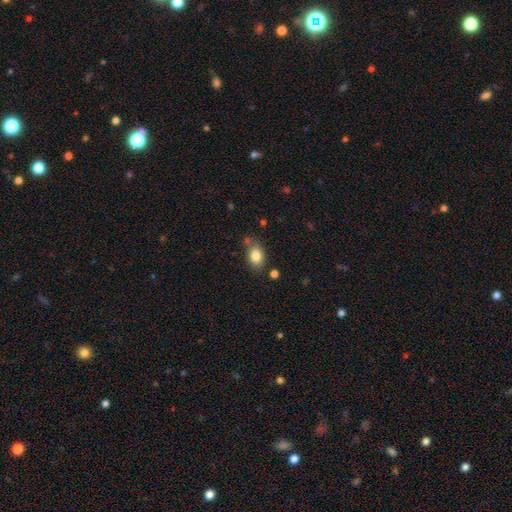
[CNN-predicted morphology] Q: Smooth or featured?
A: smooth (82%); runner-up: star or artifact (9%)
Q: How rounded?
A: in between (75%); runner-up: round (23%)
Q: Merging?
A: none (69%); runner-up: minor disturbance (18%)